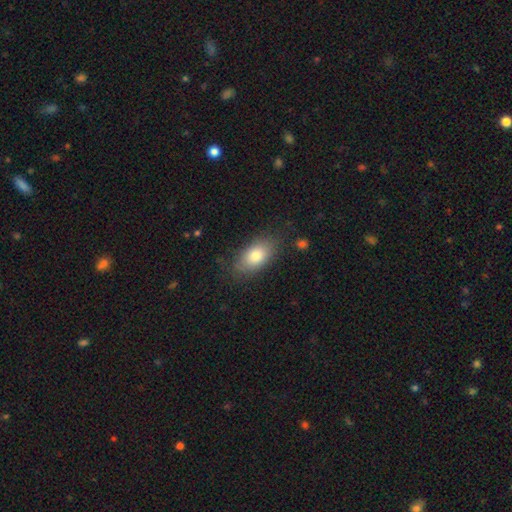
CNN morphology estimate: smooth-or-featured: smooth: 79% | featured or disk: 14% | star or artifact: 7%
  how-rounded: in between: 90% | round: 6% | cigar-shaped: 4%
  merging: none: 78% | minor disturbance: 15% | major disturbance: 5% | merger: 2%